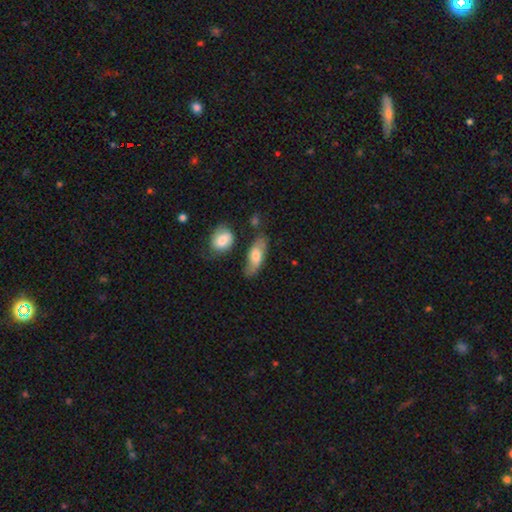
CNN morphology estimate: type=smooth (68%); roundness=in between (73%); merging=none (68%).